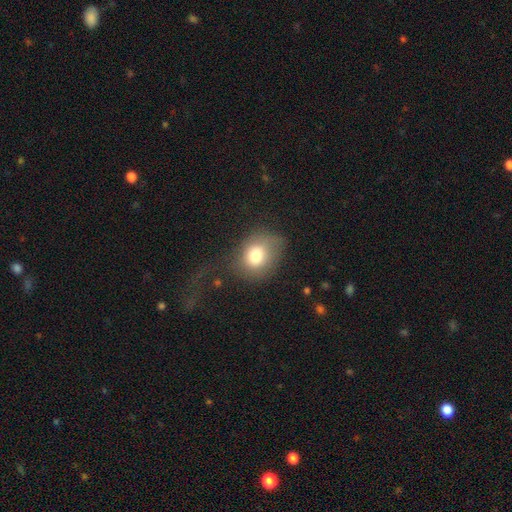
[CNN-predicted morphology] Smooth or featured?
  - smooth: 77% *
  - featured or disk: 13%
  - star or artifact: 10%
How rounded?
  - round: 54% *
  - in between: 45%
  - cigar-shaped: 1%
Merging?
  - none: 51% *
  - minor disturbance: 25%
  - major disturbance: 22%
  - merger: 3%